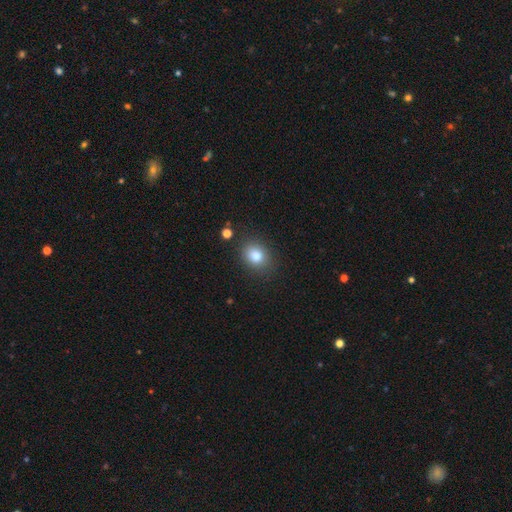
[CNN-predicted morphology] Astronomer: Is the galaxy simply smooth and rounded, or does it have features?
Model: smooth — 83%.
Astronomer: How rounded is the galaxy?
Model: round — 53% (runner-up: in between, 46%).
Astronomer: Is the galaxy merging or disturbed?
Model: none — 83%.